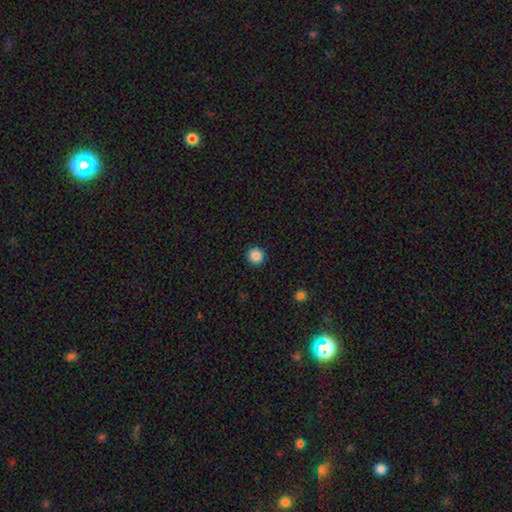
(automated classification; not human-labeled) smooth-or-featured: smooth: 87% | star or artifact: 10% | featured or disk: 3%
  how-rounded: round: 95% | in between: 4% | cigar-shaped: 1%
  merging: none: 93% | minor disturbance: 5% | major disturbance: 2% | merger: 1%